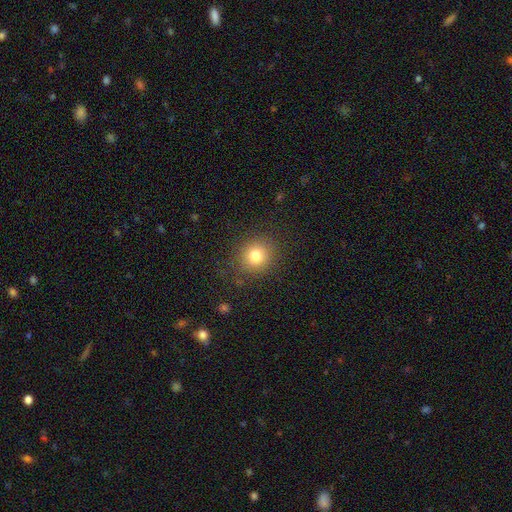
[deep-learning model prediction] The model was most divided on "smooth or featured": smooth: 80%, star or artifact: 13%, featured or disk: 8%. More confident: merging — none (85%); how rounded — round (83%).